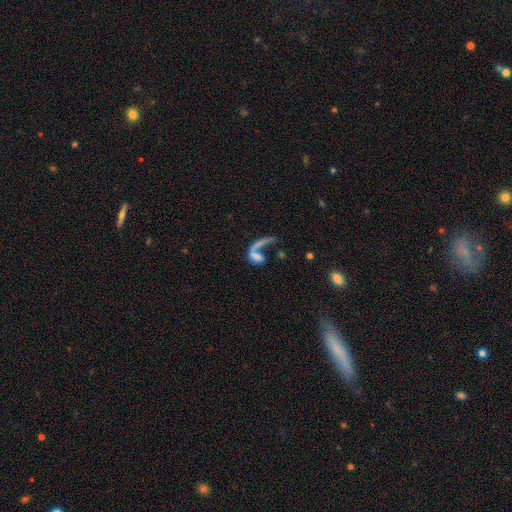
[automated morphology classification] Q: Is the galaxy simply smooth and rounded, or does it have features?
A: featured or disk — 46%.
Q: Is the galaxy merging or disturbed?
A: major disturbance — 34%.